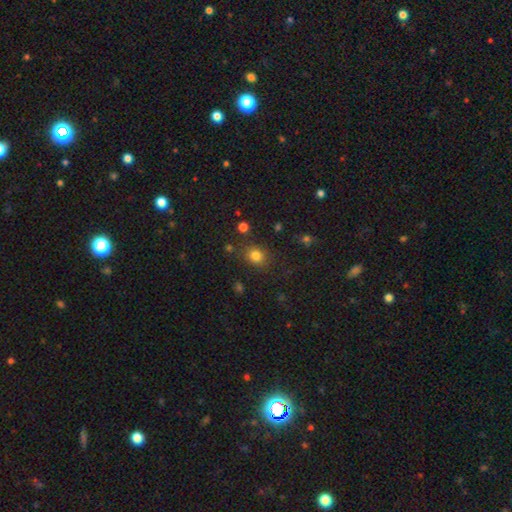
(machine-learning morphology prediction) smooth_or_featured: smooth (p=0.79) [alt: star or artifact p=0.14]
how_rounded: round (p=0.63) [alt: in between p=0.36]
merging: none (p=0.81) [alt: minor disturbance p=0.12]